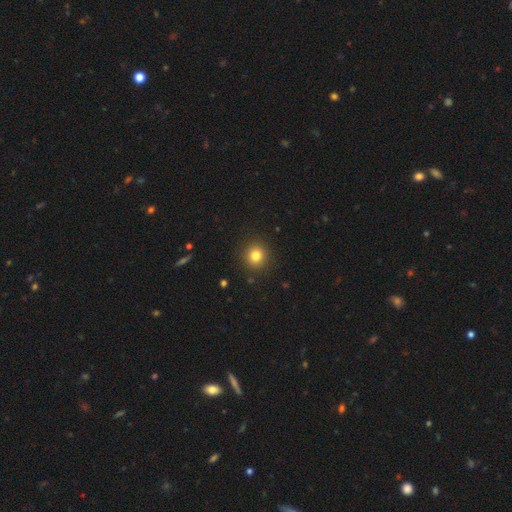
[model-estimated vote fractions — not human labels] smooth 80%, star or artifact 13%, featured or disk 7%. Down the decision tree: how rounded — round (92%); merging — none (91%).